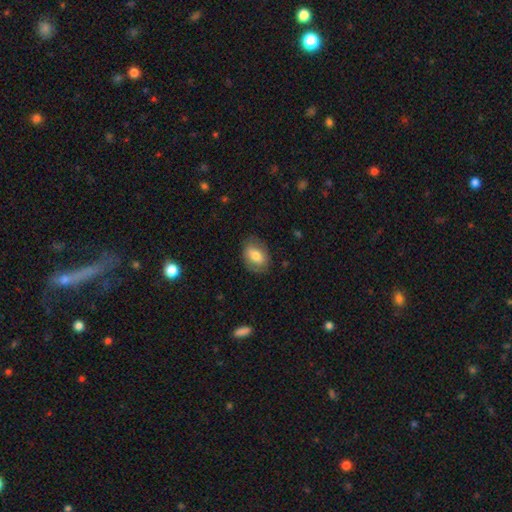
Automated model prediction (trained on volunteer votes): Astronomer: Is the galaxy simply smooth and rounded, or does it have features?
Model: smooth — 67%.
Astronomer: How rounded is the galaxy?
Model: in between — 79%.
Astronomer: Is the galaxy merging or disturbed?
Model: none — 77%.